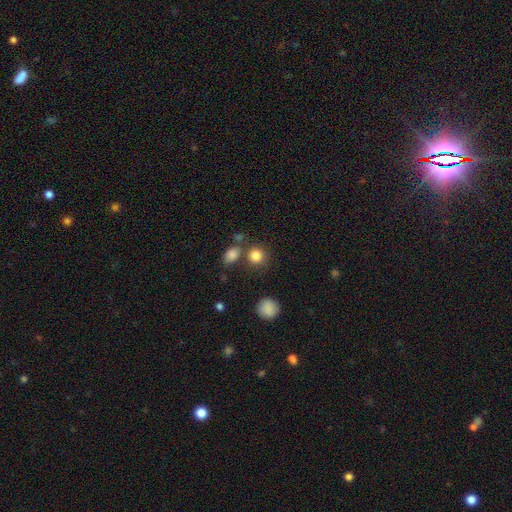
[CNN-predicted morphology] The model was most divided on "merging": none: 70%, merger: 15%, minor disturbance: 10%, major disturbance: 4%. More confident: smooth or featured — smooth (83%); how rounded — round (81%).